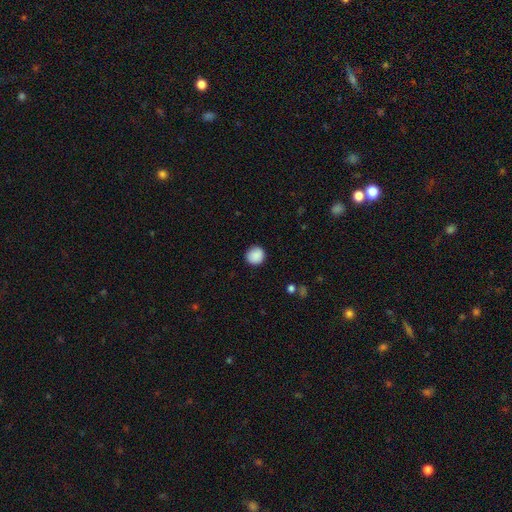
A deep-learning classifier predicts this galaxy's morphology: A smooth galaxy with no disk features (88%) that is round (92%). Merging: none (89%).